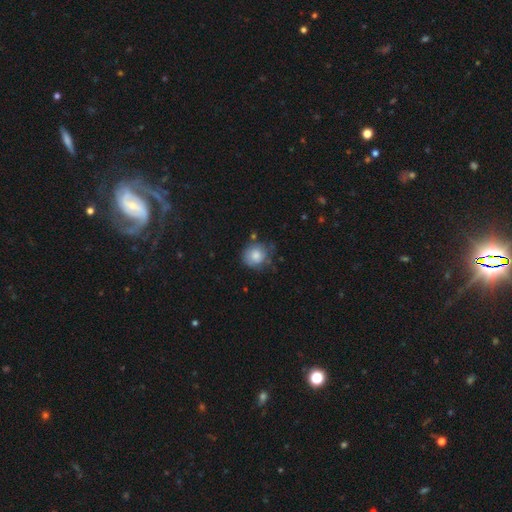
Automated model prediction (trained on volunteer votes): Smooth or featured: smooth — 72% (featured or disk — 20%)
How rounded: round — 84% (in between — 15%)
Merging: none — 61% (minor disturbance — 26%)